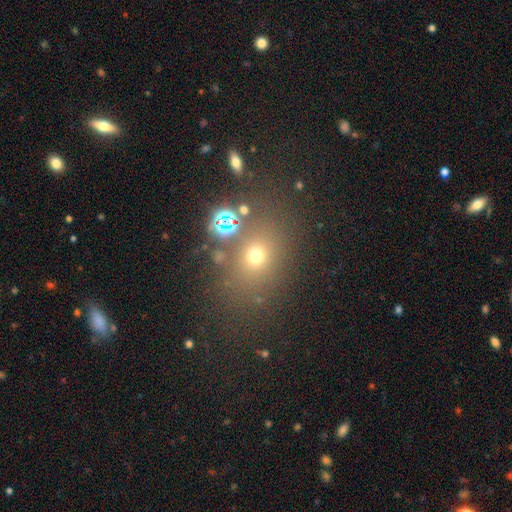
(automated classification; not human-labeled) Overall: smooth (62%; star or artifact 26%). How rounded: round (52%; in between 46%). Merging: none (73%).